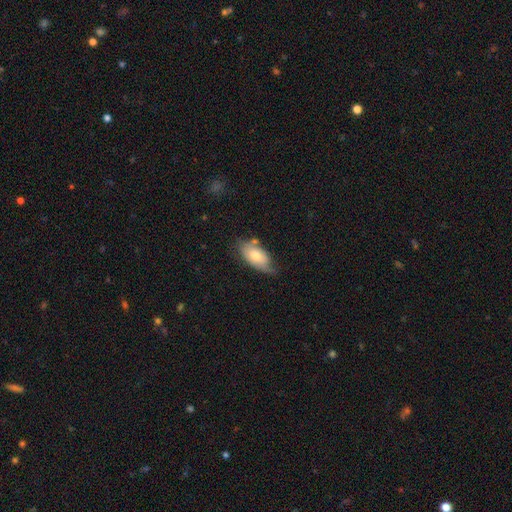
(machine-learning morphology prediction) A smooth galaxy with no disk features (61%) that is in between round and cigar-shaped (92%).

Vote fractions:
- Smooth or featured? smooth: 61% / featured or disk: 33% / star or artifact: 6%
- How rounded? in between: 92% / cigar-shaped: 4% / round: 4%
- Merging? none: 48% / minor disturbance: 34% / major disturbance: 12% / merger: 6%